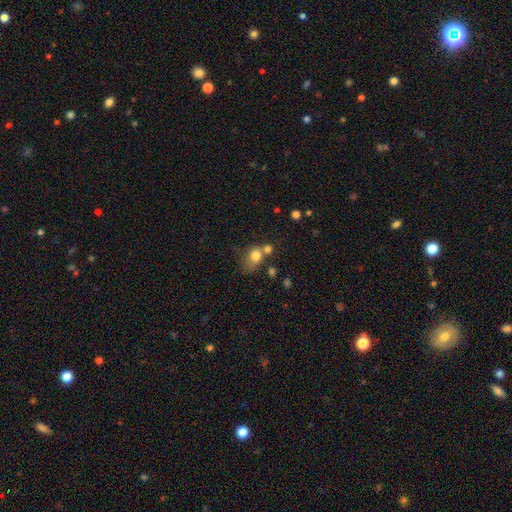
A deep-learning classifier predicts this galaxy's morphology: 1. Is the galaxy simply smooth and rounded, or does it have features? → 77% smooth, 12% featured or disk, 11% star or artifact.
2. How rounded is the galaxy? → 57% round, 41% in between, 1% cigar-shaped.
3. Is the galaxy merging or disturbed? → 40% merger, 32% none, 17% minor disturbance, 12% major disturbance.